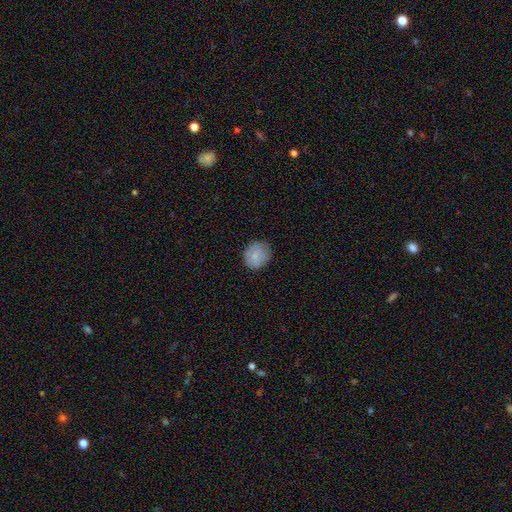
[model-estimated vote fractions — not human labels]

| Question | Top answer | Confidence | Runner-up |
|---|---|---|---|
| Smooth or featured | smooth | 81% | featured or disk (11%) |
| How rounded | round | 78% | in between (21%) |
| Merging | none | 83% | minor disturbance (14%) |